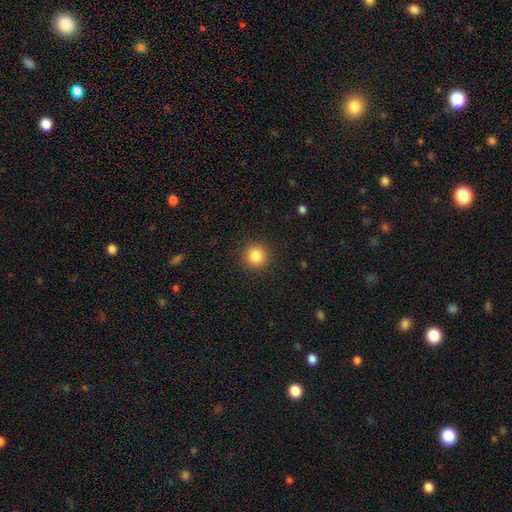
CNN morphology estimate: smooth 85%, star or artifact 10%, featured or disk 5%. Down the decision tree: how rounded — round (95%); merging — none (91%).